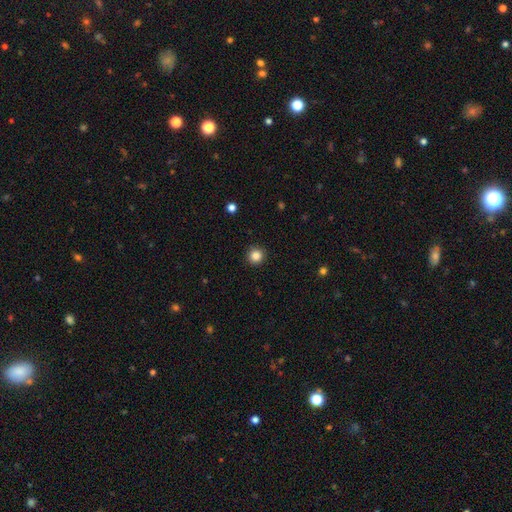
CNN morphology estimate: Smooth or featured?
  - smooth: 85% *
  - star or artifact: 11%
  - featured or disk: 4%
How rounded?
  - round: 95% *
  - in between: 4%
  - cigar-shaped: 1%
Merging?
  - none: 92% *
  - minor disturbance: 5%
  - major disturbance: 2%
  - merger: 1%